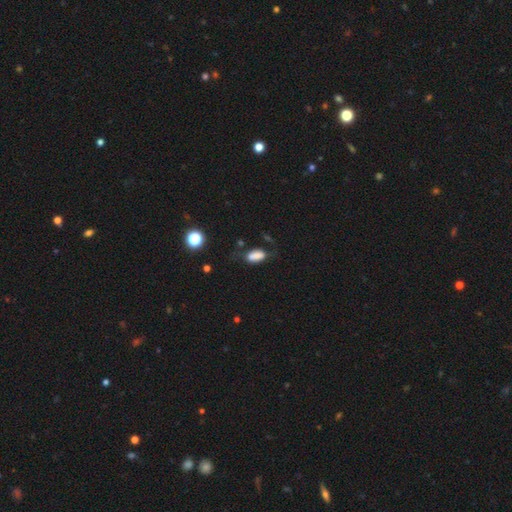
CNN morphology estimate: Q: Smooth or featured?
A: smooth (76%); runner-up: featured or disk (13%)
Q: How rounded?
A: in between (84%); runner-up: cigar-shaped (10%)
Q: Merging?
A: none (50%); runner-up: minor disturbance (28%)